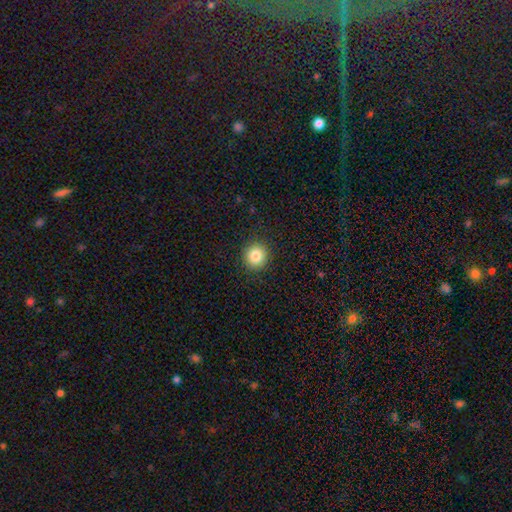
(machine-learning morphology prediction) Smooth or featured? Predicted: smooth (p=0.85). How rounded? Predicted: round (p=0.91). Merging? Predicted: none (p=0.91).